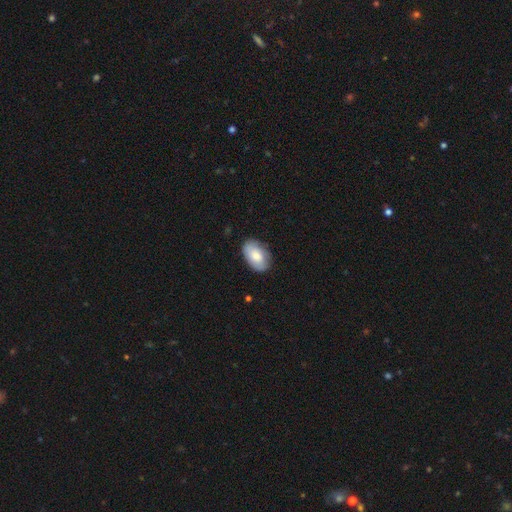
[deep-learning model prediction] smooth-or-featured: smooth: 72% | featured or disk: 22% | star or artifact: 6%
  how-rounded: in between: 91% | round: 7% | cigar-shaped: 1%
  merging: none: 77% | minor disturbance: 18% | major disturbance: 4% | merger: 1%